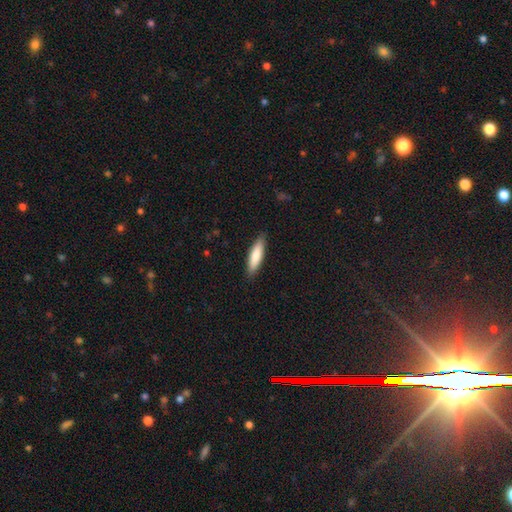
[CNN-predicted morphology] smooth 80%, featured or disk 15%, star or artifact 5%. Down the decision tree: how rounded — cigar-shaped (69%); merging — none (88%).